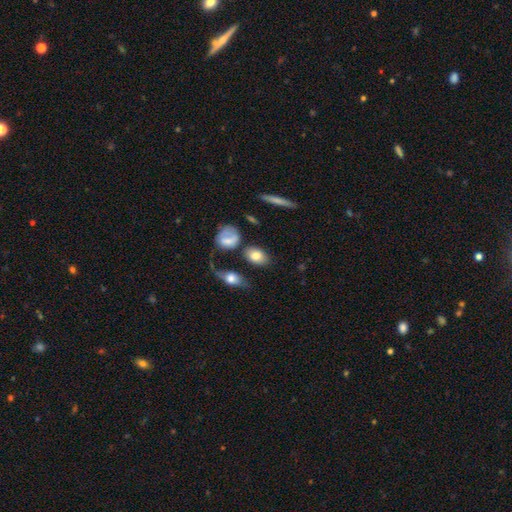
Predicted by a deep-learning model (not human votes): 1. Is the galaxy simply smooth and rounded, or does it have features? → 79% smooth, 13% featured or disk, 8% star or artifact.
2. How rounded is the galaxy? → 80% in between, 17% round, 3% cigar-shaped.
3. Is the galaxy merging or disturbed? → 71% none, 16% minor disturbance, 8% merger, 6% major disturbance.